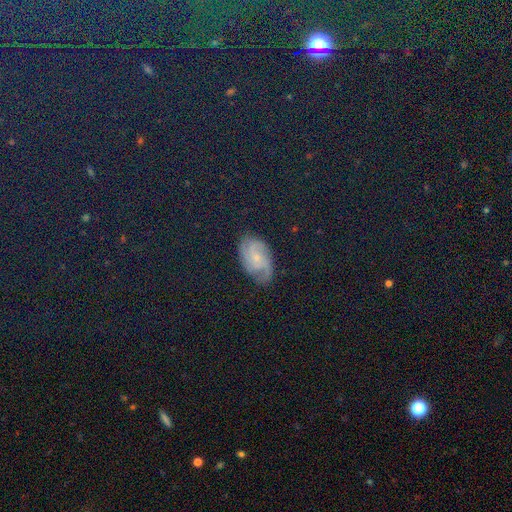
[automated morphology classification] Smooth or featured?
  - featured or disk: 44% *
  - star or artifact: 29%
  - smooth: 26%
Merging?
  - none: 71% *
  - minor disturbance: 20%
  - major disturbance: 7%
  - merger: 2%